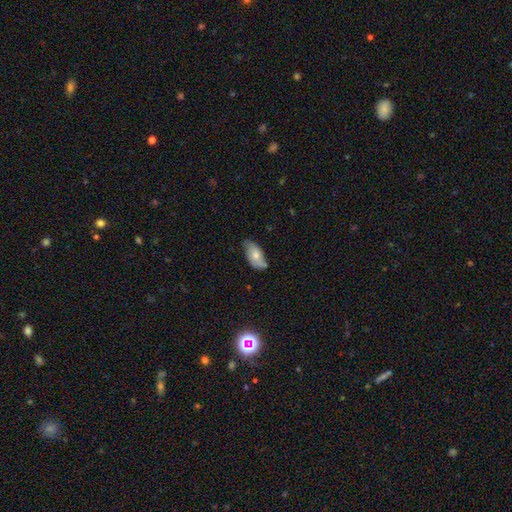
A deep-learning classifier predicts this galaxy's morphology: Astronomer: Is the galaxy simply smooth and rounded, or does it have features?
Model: smooth — 62%.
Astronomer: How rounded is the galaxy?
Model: in between — 92%.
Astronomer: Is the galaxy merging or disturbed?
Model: none — 59%.